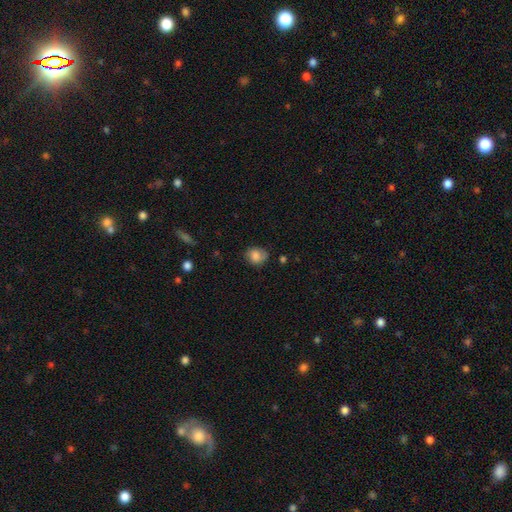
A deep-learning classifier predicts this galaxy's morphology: Smooth or featured? smooth (78%)
How rounded? round (59%)
Merging? none (64%)